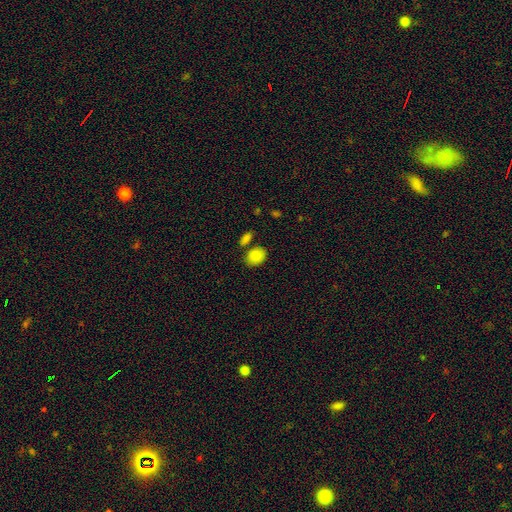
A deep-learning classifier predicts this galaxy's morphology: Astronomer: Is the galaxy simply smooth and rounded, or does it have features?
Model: smooth — 86%.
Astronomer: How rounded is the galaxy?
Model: in between — 59% (runner-up: round, 40%).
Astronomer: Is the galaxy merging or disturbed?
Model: none — 73%.